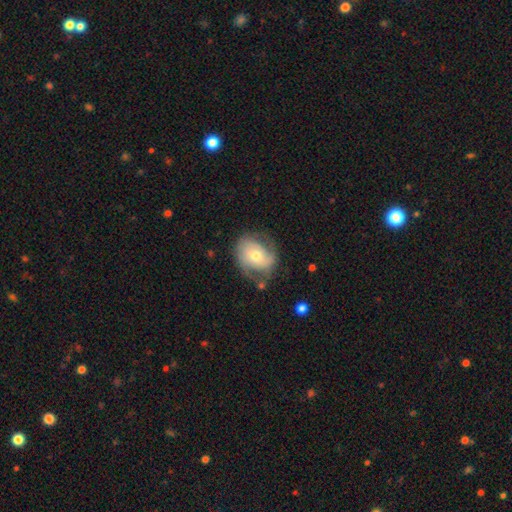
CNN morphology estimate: Smooth or featured: featured or disk — 57% (smooth — 36%)
Edge-on disk: no — 96% (yes — 4%)
Bar: no — 71% (weak — 23%)
Spiral arms: yes — 78% (no — 22%)
Bulge size: moderate — 57% (small — 37%)
Merging: none — 56% (minor disturbance — 27%)